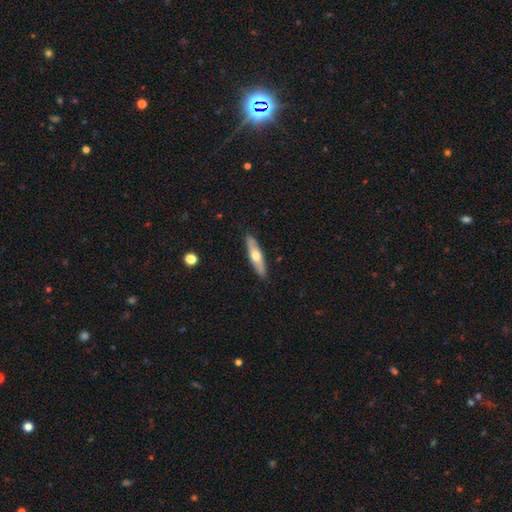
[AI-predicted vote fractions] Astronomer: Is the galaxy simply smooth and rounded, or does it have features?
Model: smooth — 51% (runner-up: featured or disk, 44%).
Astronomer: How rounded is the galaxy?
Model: cigar-shaped — 72%.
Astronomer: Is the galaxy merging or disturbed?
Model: none — 89%.